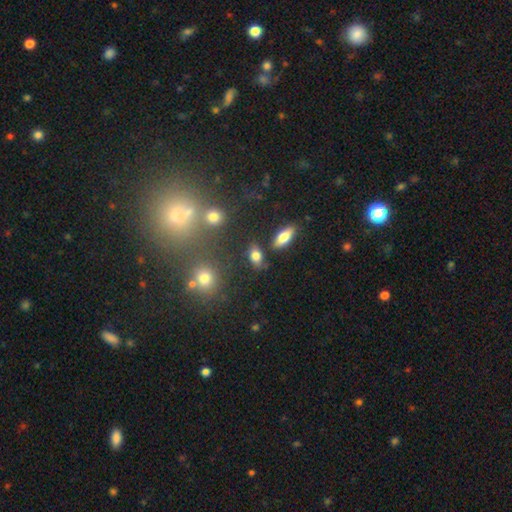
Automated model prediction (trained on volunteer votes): Smooth or featured?
  - smooth: 77% *
  - featured or disk: 12%
  - star or artifact: 11%
How rounded?
  - in between: 81% *
  - round: 14%
  - cigar-shaped: 5%
Merging?
  - none: 72% *
  - minor disturbance: 15%
  - merger: 8%
  - major disturbance: 5%